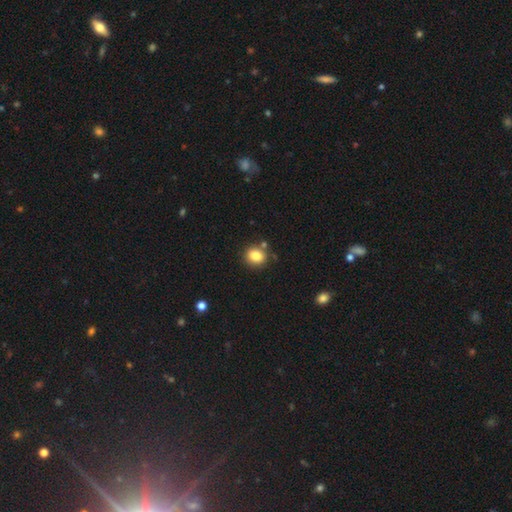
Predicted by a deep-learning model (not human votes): smooth_or_featured: smooth (p=0.84) [alt: star or artifact p=0.10]
how_rounded: round (p=0.69) [alt: in between p=0.30]
merging: none (p=0.78) [alt: minor disturbance p=0.11]